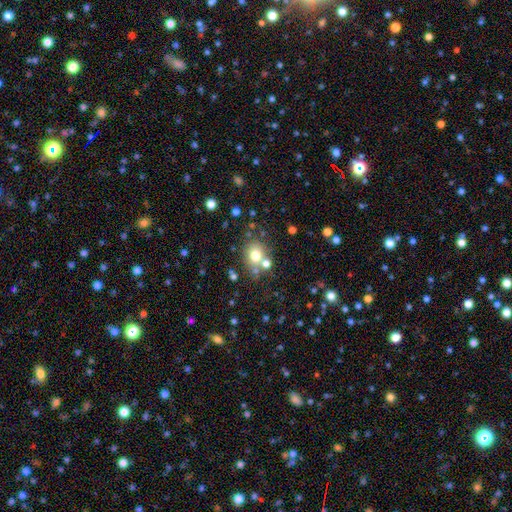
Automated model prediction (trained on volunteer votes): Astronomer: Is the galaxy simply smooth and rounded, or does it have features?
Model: smooth — 72%.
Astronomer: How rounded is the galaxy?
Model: round — 67%.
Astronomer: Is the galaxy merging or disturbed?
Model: none — 63%.